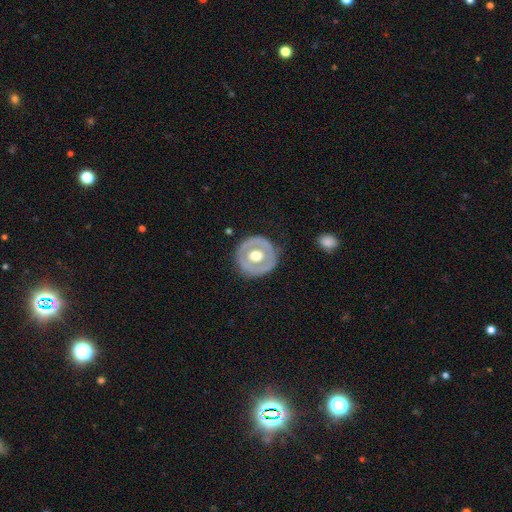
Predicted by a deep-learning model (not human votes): The model was most divided on "smooth or featured": featured or disk: 56%, smooth: 39%, star or artifact: 5%. More confident: edge-on disk — no (94%); spiral arms — no (91%); bar — no (85%); merging — none (83%); bulge size — moderate (60%).